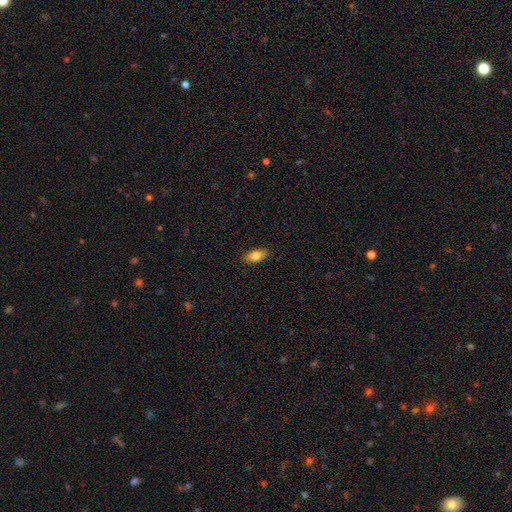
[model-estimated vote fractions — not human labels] Smooth or featured?
  - smooth: 80% *
  - featured or disk: 13%
  - star or artifact: 7%
How rounded?
  - in between: 86% *
  - cigar-shaped: 11%
  - round: 3%
Merging?
  - none: 88% *
  - minor disturbance: 9%
  - major disturbance: 2%
  - merger: 1%